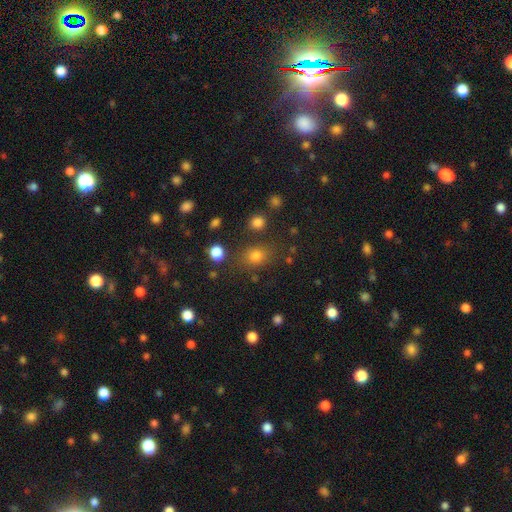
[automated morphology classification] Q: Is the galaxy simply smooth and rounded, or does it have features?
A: smooth — 75%.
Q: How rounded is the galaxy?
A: round — 54%.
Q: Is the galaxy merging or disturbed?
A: none — 78%.